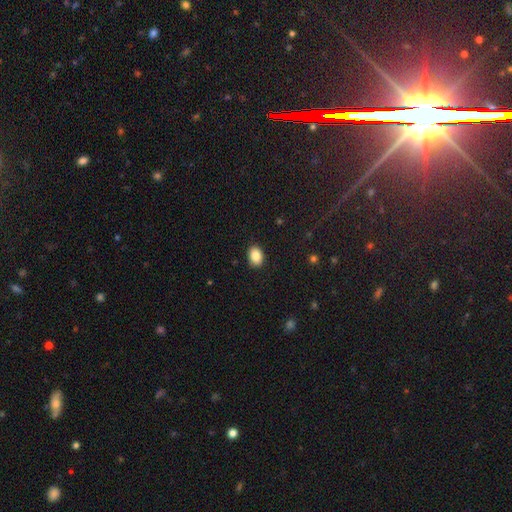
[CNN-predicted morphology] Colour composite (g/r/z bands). It shows a smooth galaxy with no disk features (86%) that is in between round and cigar-shaped (78%). Merging: none (89%).